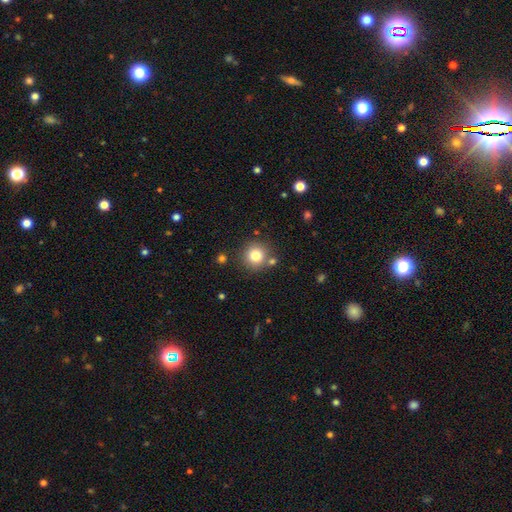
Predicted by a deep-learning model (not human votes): smooth-or-featured: smooth: 79% | star or artifact: 12% | featured or disk: 9%
  how-rounded: round: 93% | in between: 6% | cigar-shaped: 1%
  merging: none: 81% | minor disturbance: 9% | merger: 8% | major disturbance: 3%